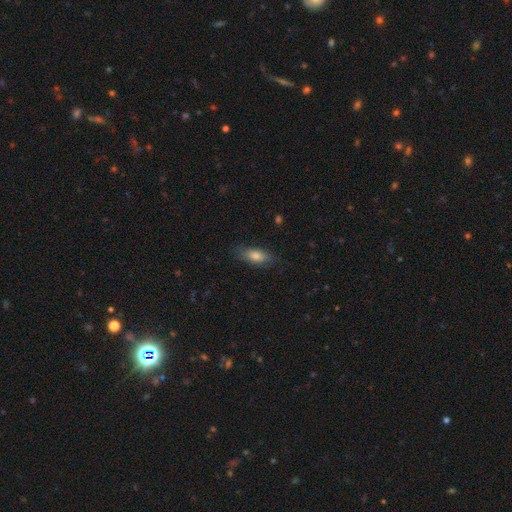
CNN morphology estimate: smooth-or-featured: smooth: 74% | featured or disk: 18% | star or artifact: 8%
  how-rounded: in between: 72% | cigar-shaped: 25% | round: 3%
  merging: none: 78% | minor disturbance: 16% | major disturbance: 4% | merger: 1%